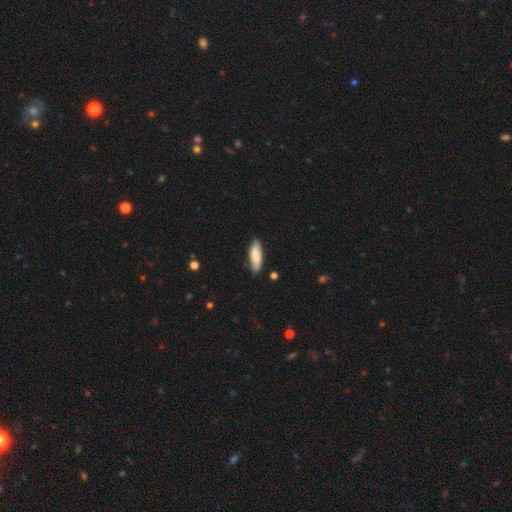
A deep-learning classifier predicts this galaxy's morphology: smooth-or-featured: smooth: 81% | featured or disk: 13% | star or artifact: 6%
  how-rounded: in between: 56% | cigar-shaped: 42% | round: 2%
  merging: none: 84% | minor disturbance: 12% | major disturbance: 2% | merger: 1%